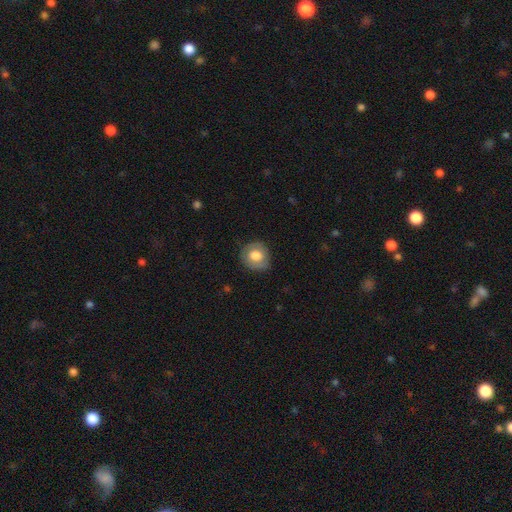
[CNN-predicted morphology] Q: Smooth or featured?
A: smooth (70%); runner-up: featured or disk (23%)
Q: How rounded?
A: round (81%); runner-up: in between (18%)
Q: Merging?
A: none (79%); runner-up: minor disturbance (15%)